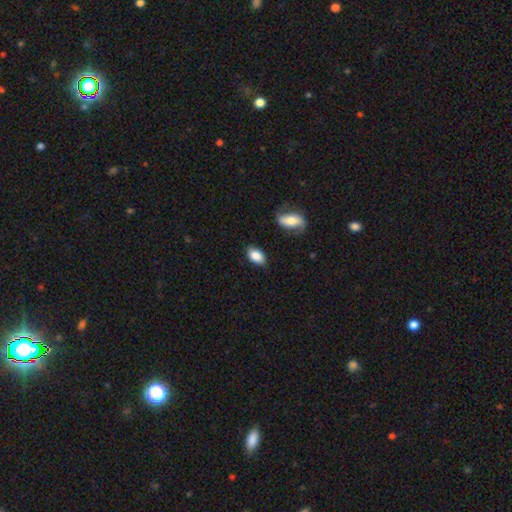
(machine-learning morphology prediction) smooth 84%, featured or disk 9%, star or artifact 7%. Down the decision tree: how rounded — in between (91%); merging — none (79%).